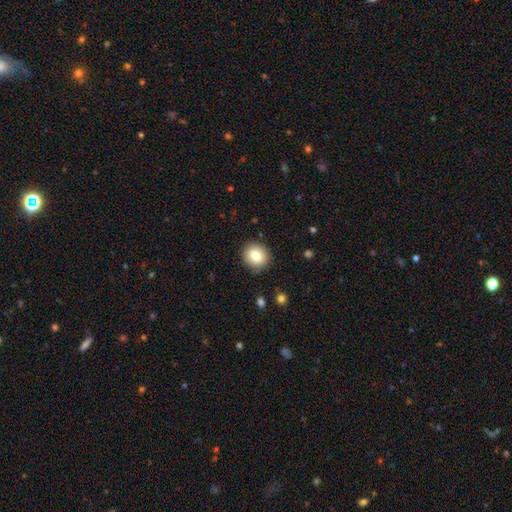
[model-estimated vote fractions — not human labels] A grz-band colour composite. It shows a smooth galaxy with no disk features (80%) that is round (85%). Merging: none (89%).